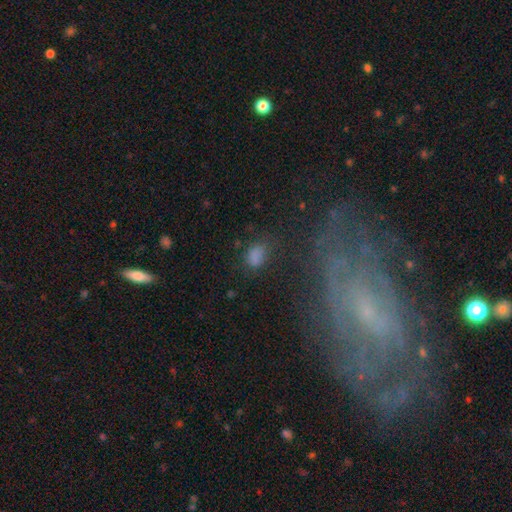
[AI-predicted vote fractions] Q: Smooth or featured?
A: smooth (73%); runner-up: star or artifact (18%)
Q: How rounded?
A: in between (80%); runner-up: round (17%)
Q: Merging?
A: none (56%); runner-up: minor disturbance (25%)